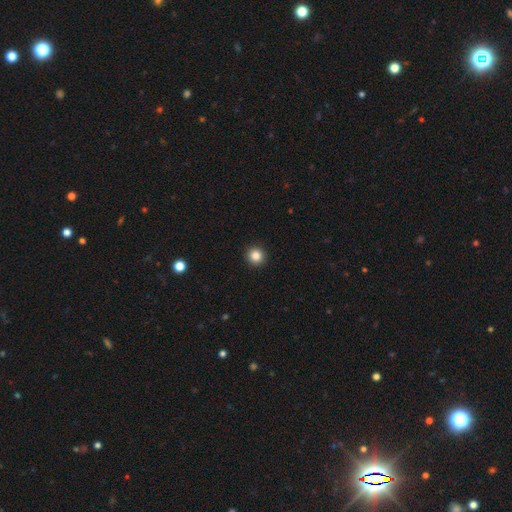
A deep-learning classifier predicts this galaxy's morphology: Smooth or featured? Predicted: smooth (p=0.85). How rounded? Predicted: round (p=0.95). Merging? Predicted: none (p=0.93).